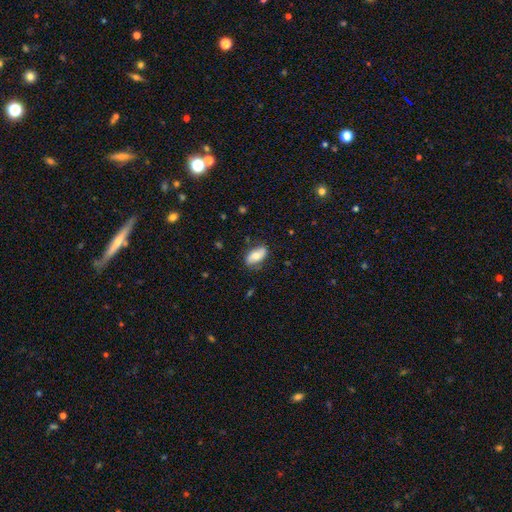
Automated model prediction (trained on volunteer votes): Smooth or featured?
  - smooth: 63% *
  - featured or disk: 30%
  - star or artifact: 7%
How rounded?
  - in between: 89% *
  - cigar-shaped: 7%
  - round: 5%
Merging?
  - none: 76% *
  - minor disturbance: 18%
  - major disturbance: 4%
  - merger: 2%